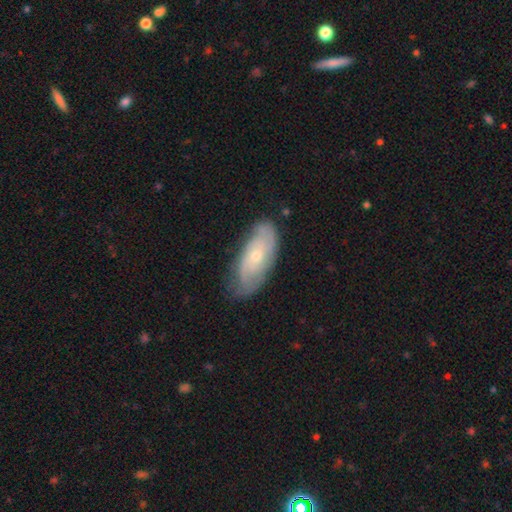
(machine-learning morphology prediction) Smooth or featured?
  - featured or disk: 67% *
  - smooth: 27%
  - star or artifact: 6%
Edge-on disk?
  - no: 91% *
  - yes: 9%
Bar?
  - no: 75% *
  - weak: 21%
  - strong: 4%
Spiral arms?
  - yes: 87% *
  - no: 13%
Spiral winding?
  - tight: 54% *
  - medium: 34%
  - loose: 12%
Spiral arm count?
  - can't tell: 40% *
  - 2: 39%
  - 3: 10%
  - 4: 4%
  - 1: 4%
  - more than 4: 3%
Bulge size?
  - small: 61% *
  - moderate: 36%
  - large: 1%
  - none: 1%
  - dominant: 1%
Merging?
  - none: 73% *
  - minor disturbance: 21%
  - major disturbance: 5%
  - merger: 1%